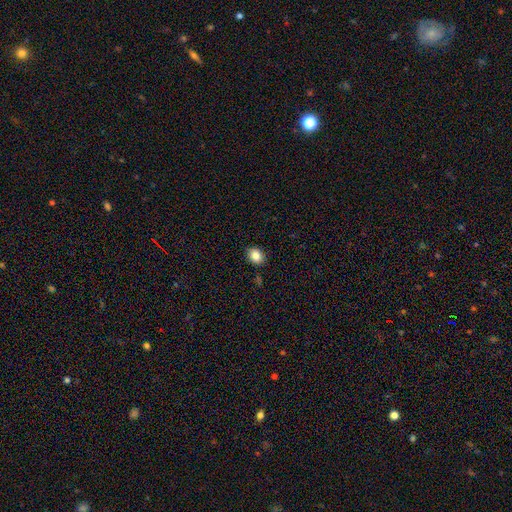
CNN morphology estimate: A smooth galaxy with no disk features (84%) that is in between round and cigar-shaped (52%). Merging: none (88%).